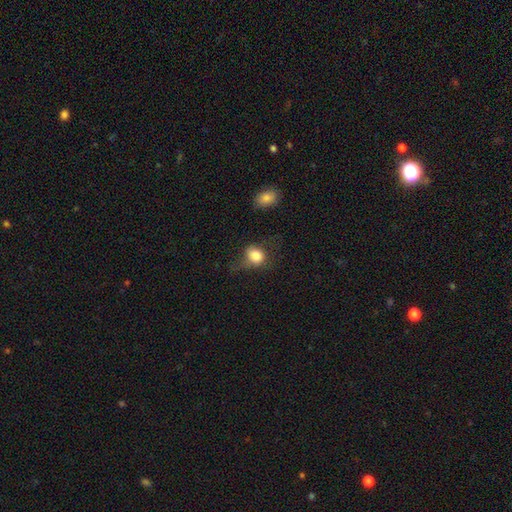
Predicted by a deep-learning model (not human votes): This is clearly a smooth galaxy (80%). How rounded: likely round (65%). Merging: marginally none (44%).